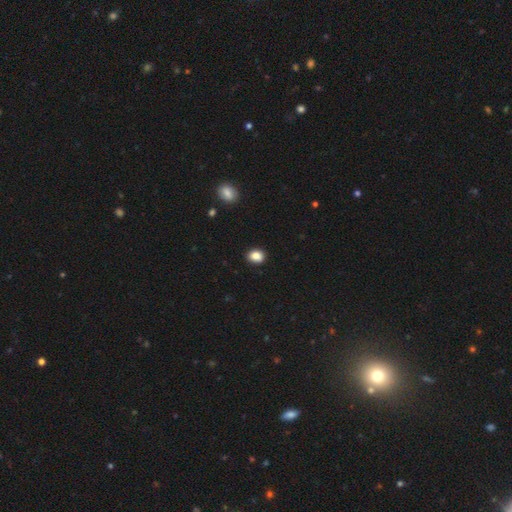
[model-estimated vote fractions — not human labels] Smooth or featured: smooth — 85% (star or artifact — 10%)
How rounded: in between — 50% (round — 49%)
Merging: none — 89% (minor disturbance — 8%)